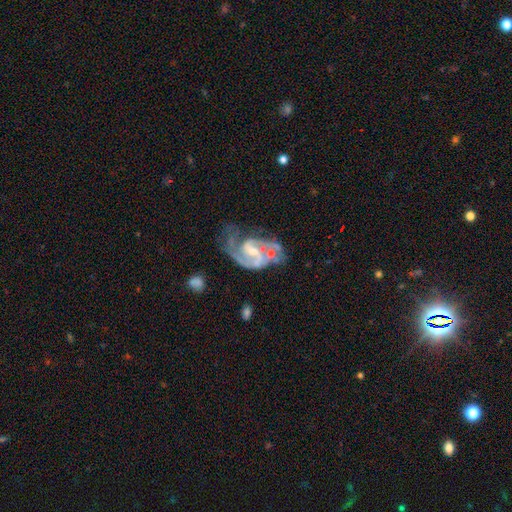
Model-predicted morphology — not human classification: A featured or disk galaxy (86%) with a weak bar (48%), 2 (68%) medium (50%) spiral arms (95%) and a small central bulge (51%).

Vote fractions:
- Smooth or featured? featured or disk: 86% / star or artifact: 8% / smooth: 6%
- Edge-on disk? no: 97% / yes: 3%
- Bar? weak: 48% / no: 34% / strong: 18%
- Spiral arms? yes: 95% / no: 5%
- Spiral winding? medium: 50% / tight: 30% / loose: 20%
- Spiral arm count? 2: 68% / can't tell: 10% / 1: 8% / 3: 8% / 4: 2% / more than 4: 2%
- Bulge size? small: 51% / moderate: 37% / none: 8% / large: 3% / dominant: 1%
- Merging? none: 43% / major disturbance: 22% / minor disturbance: 20% / merger: 15%